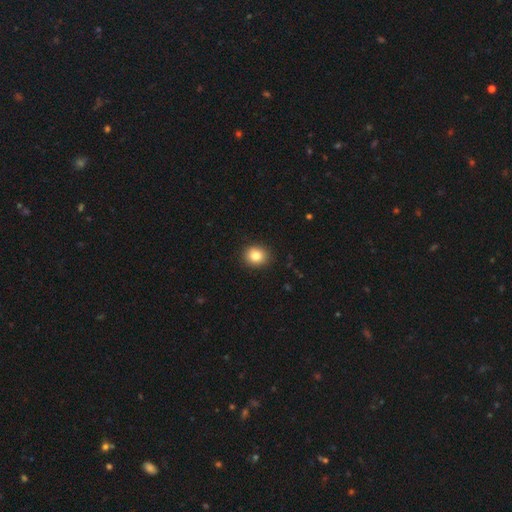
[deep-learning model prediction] Q: Smooth or featured?
A: smooth (83%); runner-up: star or artifact (10%)
Q: How rounded?
A: round (78%); runner-up: in between (21%)
Q: Merging?
A: none (91%); runner-up: minor disturbance (6%)